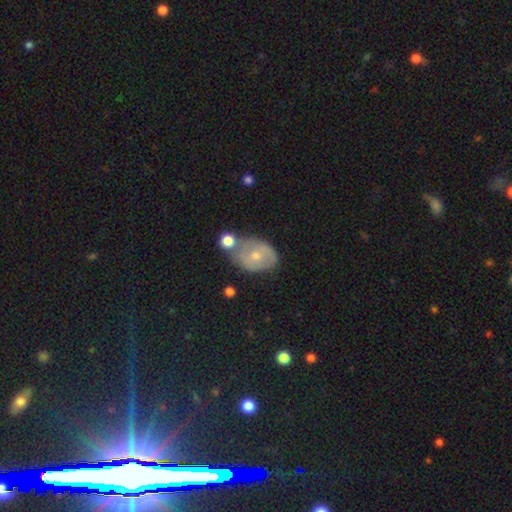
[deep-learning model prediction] Overall: featured or disk (46%; smooth 45%). Merging: none (46%; minor disturbance 25%).